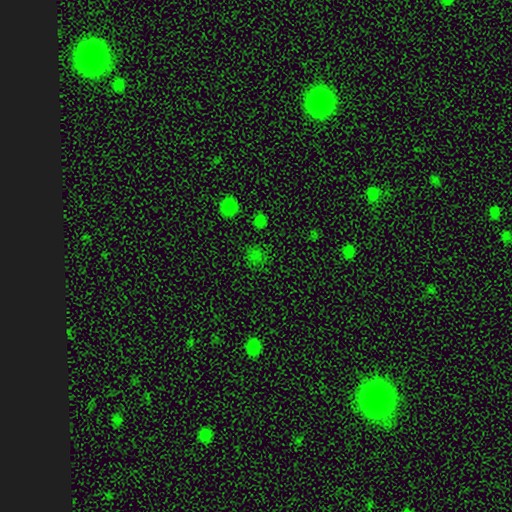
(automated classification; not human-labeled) smooth 53%, star or artifact 41%, featured or disk 6%. Down the decision tree: how rounded — round (83%); merging — none (82%).